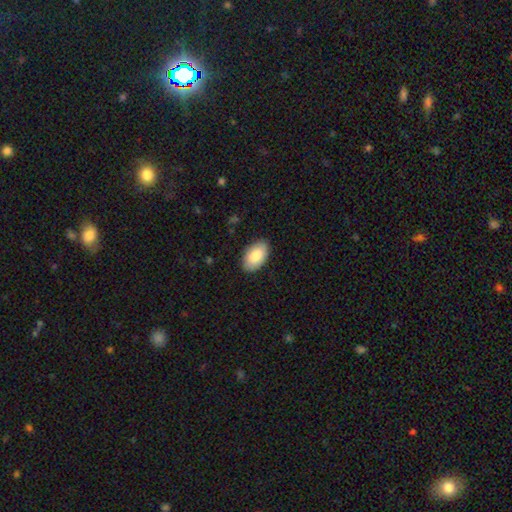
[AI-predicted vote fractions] Q: Smooth or featured?
A: smooth (83%); runner-up: featured or disk (11%)
Q: How rounded?
A: in between (95%); runner-up: round (4%)
Q: Merging?
A: none (87%); runner-up: minor disturbance (10%)